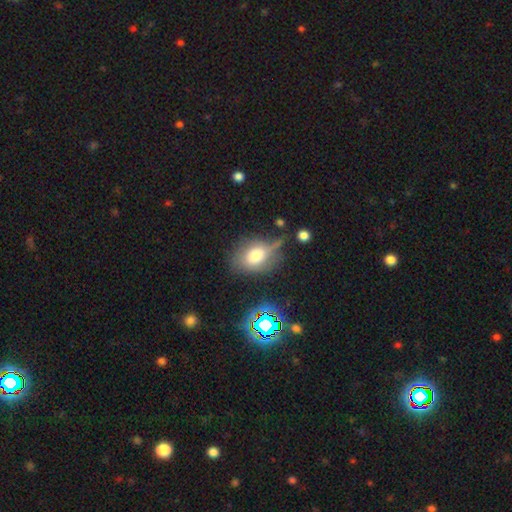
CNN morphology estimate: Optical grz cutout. It shows a smooth galaxy with no disk features (68%) that is in between round and cigar-shaped (65%). Merging: none (51%).